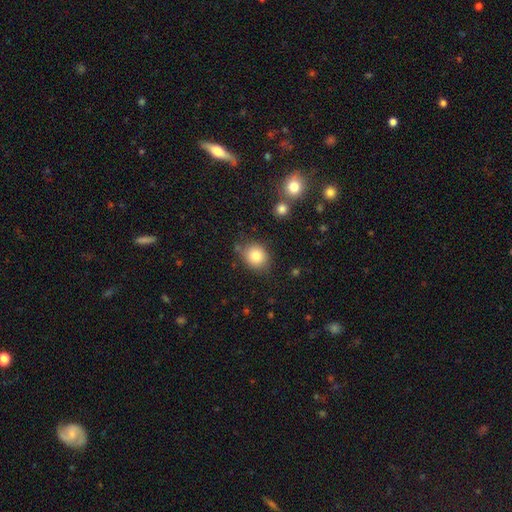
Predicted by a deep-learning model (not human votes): smooth-or-featured: smooth: 82% | star or artifact: 10% | featured or disk: 8%
  how-rounded: round: 74% | in between: 25% | cigar-shaped: 1%
  merging: none: 77% | minor disturbance: 15% | merger: 5% | major disturbance: 4%